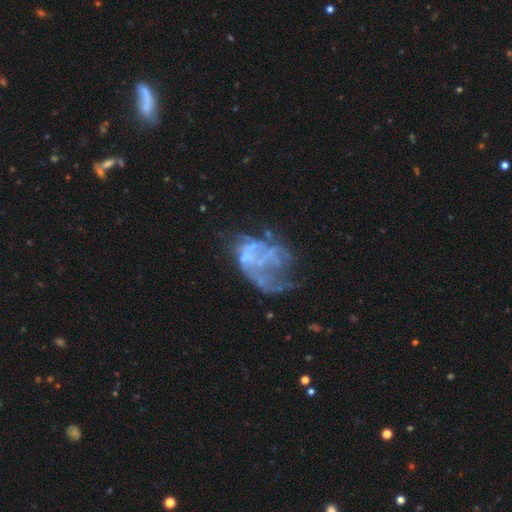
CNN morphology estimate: Q: Smooth or featured?
A: featured or disk (65%); runner-up: star or artifact (18%)
Q: Edge-on disk?
A: no (98%); runner-up: yes (2%)
Q: Bar?
A: no (90%); runner-up: weak (7%)
Q: Spiral arms?
A: no (86%); runner-up: yes (14%)
Q: Bulge size?
A: none (79%); runner-up: small (13%)
Q: Merging?
A: major disturbance (43%); runner-up: none (29%)